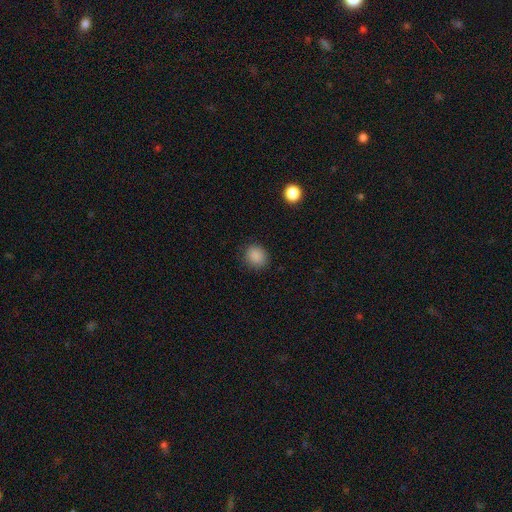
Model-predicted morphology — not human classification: Overall: smooth (87%). How rounded: round (77%). Merging: none (85%).